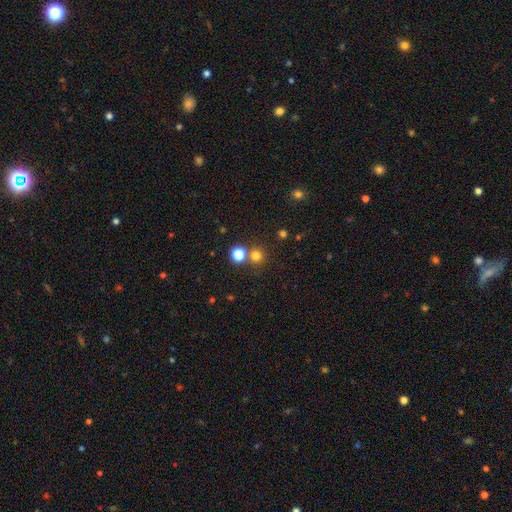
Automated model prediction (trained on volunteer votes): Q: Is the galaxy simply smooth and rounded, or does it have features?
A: smooth — 74%.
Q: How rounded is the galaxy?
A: round — 92%.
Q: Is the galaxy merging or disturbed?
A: none — 74%.